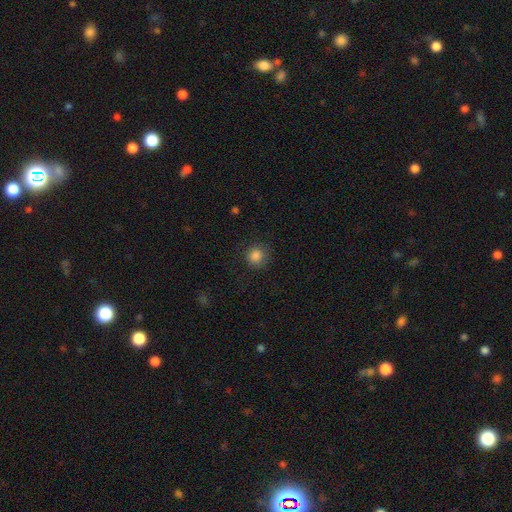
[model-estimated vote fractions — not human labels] Smooth or featured? Predicted: smooth (p=0.85). How rounded? Predicted: round (p=0.91). Merging? Predicted: none (p=0.85).